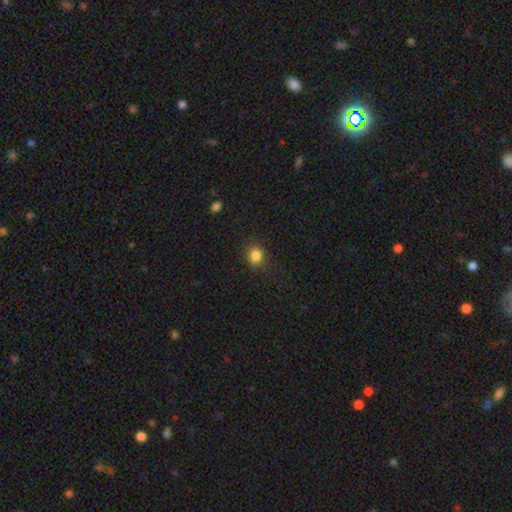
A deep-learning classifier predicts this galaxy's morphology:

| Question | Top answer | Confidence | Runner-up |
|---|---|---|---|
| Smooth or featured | smooth | 84% | star or artifact (12%) |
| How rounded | round | 69% | in between (30%) |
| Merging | none | 83% | minor disturbance (12%) |